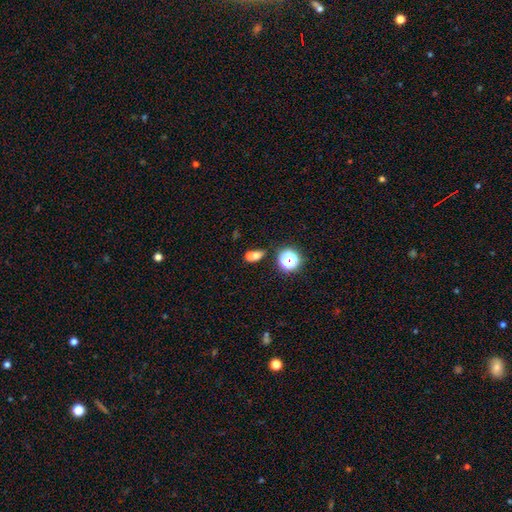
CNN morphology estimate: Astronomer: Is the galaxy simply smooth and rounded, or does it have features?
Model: smooth — 66%.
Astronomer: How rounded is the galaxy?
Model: in between — 55% (runner-up: round, 41%).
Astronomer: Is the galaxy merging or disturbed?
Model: merger — 53% (runner-up: none, 33%).